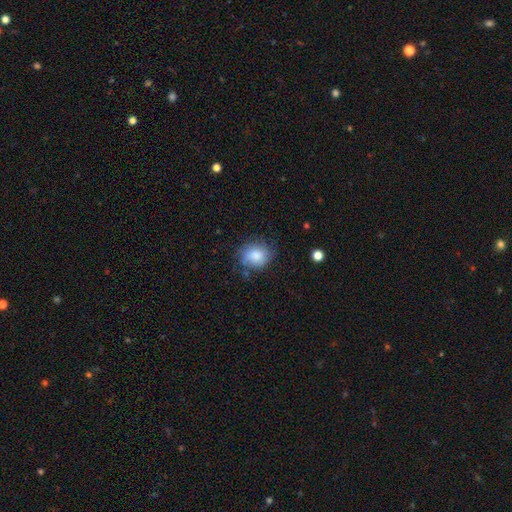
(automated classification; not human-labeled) Morphology: type=smooth (78%); roundness=round (66%); merging=none (66%).